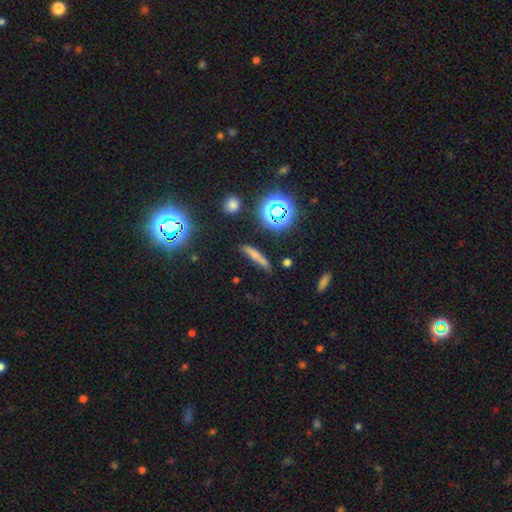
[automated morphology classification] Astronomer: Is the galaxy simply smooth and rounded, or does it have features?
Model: smooth — 63%.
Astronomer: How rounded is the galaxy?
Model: cigar-shaped — 85%.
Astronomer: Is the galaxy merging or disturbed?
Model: none — 72%.